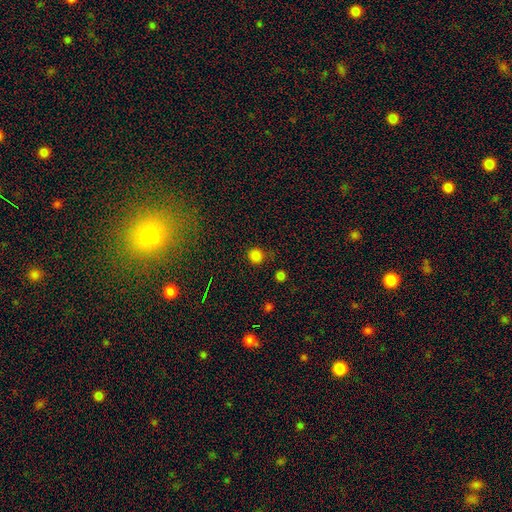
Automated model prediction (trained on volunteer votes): smooth 81%, star or artifact 15%, featured or disk 4%. Down the decision tree: how rounded — round (93%); merging — none (83%).